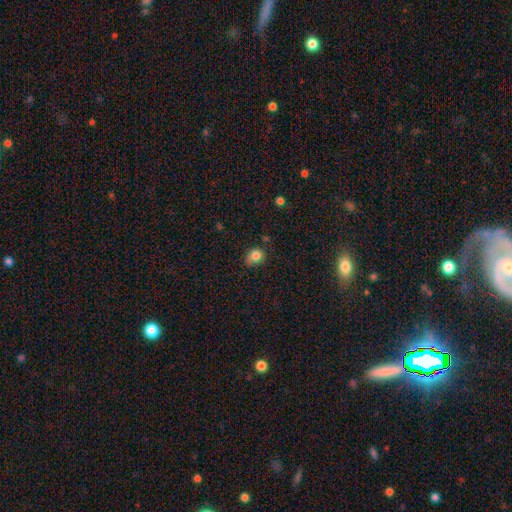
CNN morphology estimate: A smooth galaxy with no disk features (82%) that is round (61%). Merging: none (62%).